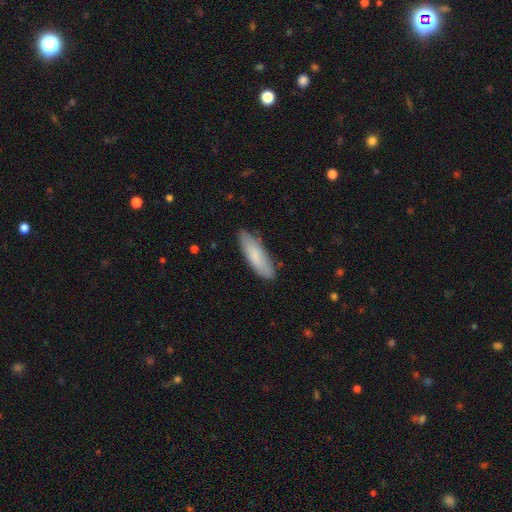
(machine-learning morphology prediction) Smooth or featured: smooth — 80% (featured or disk — 14%)
How rounded: cigar-shaped — 50% (in between — 49%)
Merging: none — 81% (minor disturbance — 15%)